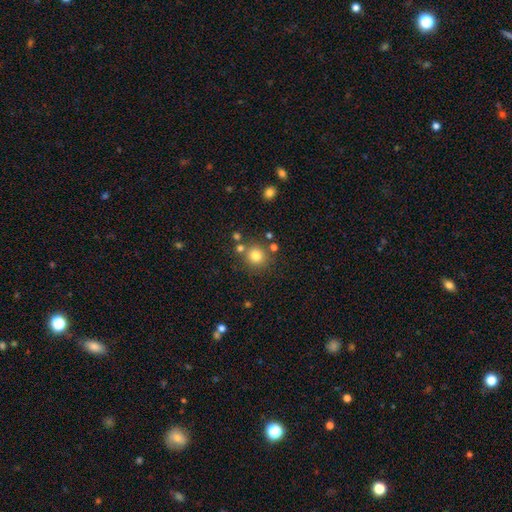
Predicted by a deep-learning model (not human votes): This appears to be a smooth galaxy with no disk features (78%) that is round (91%). Merging: none (76%).